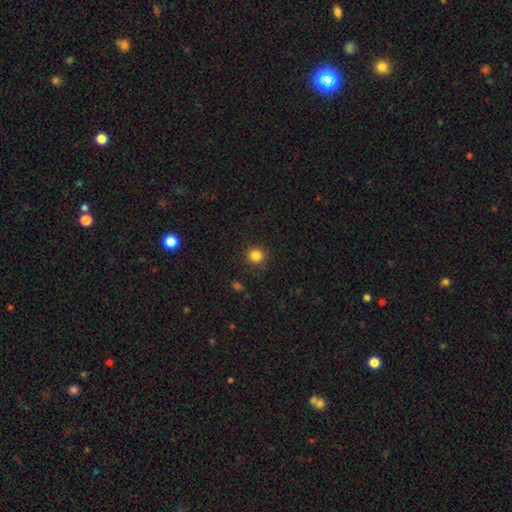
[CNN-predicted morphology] Smooth or featured? smooth (83%)
How rounded? round (94%)
Merging? none (90%)